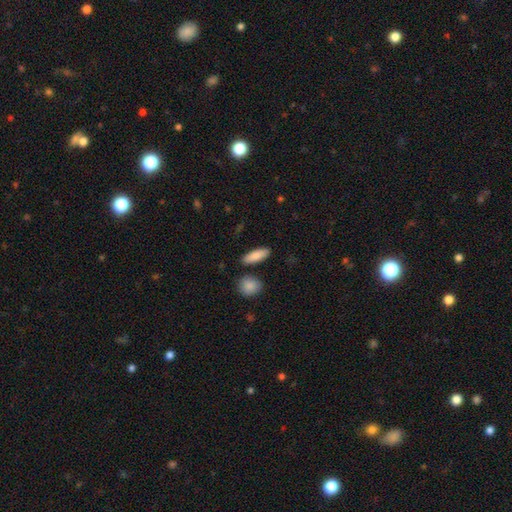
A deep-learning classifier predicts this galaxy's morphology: smooth 85%, featured or disk 9%, star or artifact 6%. Down the decision tree: how rounded — in between (61%); merging — none (85%).